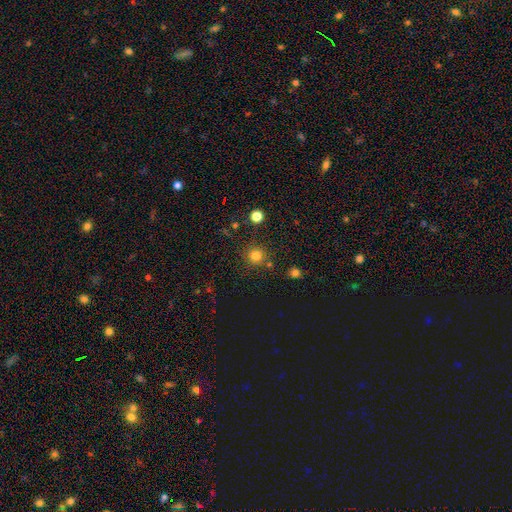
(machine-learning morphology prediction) This is likely a smooth galaxy (78%). How rounded: clearly round (94%). Merging: clearly none (83%).